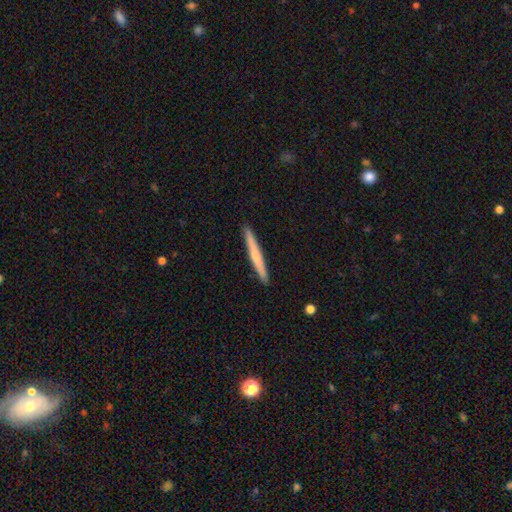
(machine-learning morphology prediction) smooth 57%, featured or disk 38%, star or artifact 5%. Down the decision tree: how rounded — cigar-shaped (96%); merging — none (92%).